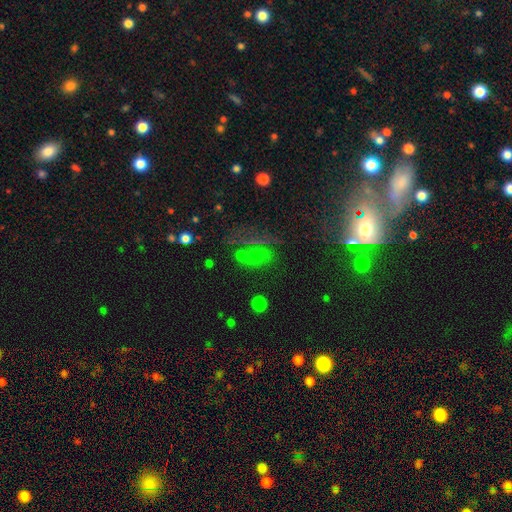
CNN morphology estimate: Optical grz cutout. It shows a star or artifact, not a galaxy (49%).